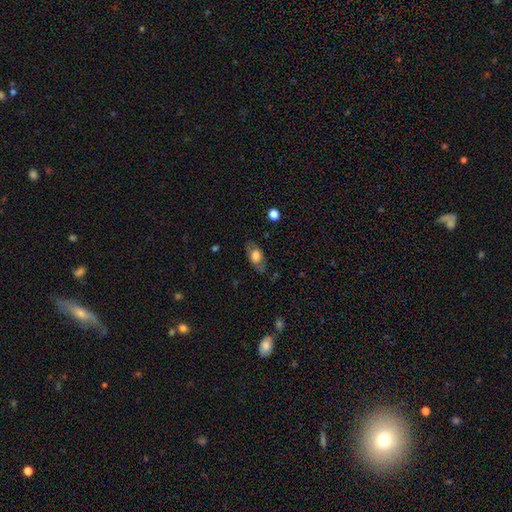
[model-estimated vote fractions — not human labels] smooth 63%, featured or disk 29%, star or artifact 8%. Down the decision tree: how rounded — in between (88%); merging — none (71%).